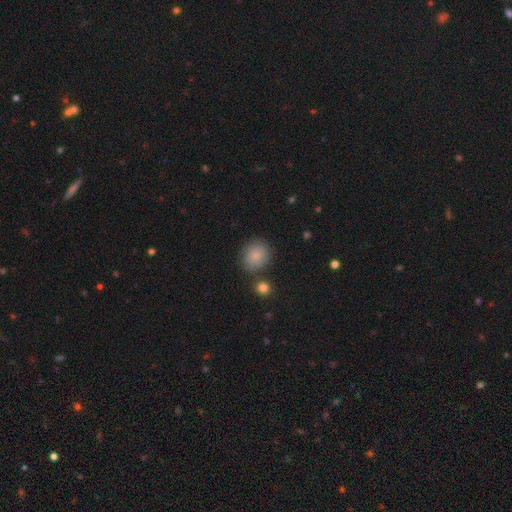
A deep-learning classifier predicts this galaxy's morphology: Q: Smooth or featured?
A: smooth (84%); runner-up: star or artifact (9%)
Q: How rounded?
A: round (78%); runner-up: in between (21%)
Q: Merging?
A: none (76%); runner-up: minor disturbance (13%)